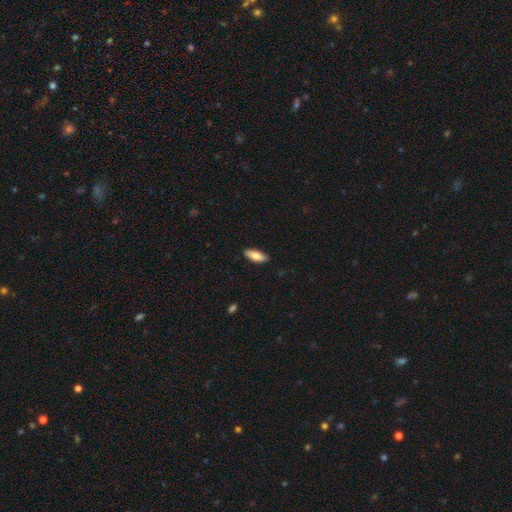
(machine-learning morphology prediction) smooth 83%, featured or disk 11%, star or artifact 6%. Down the decision tree: how rounded — in between (72%); merging — none (88%).